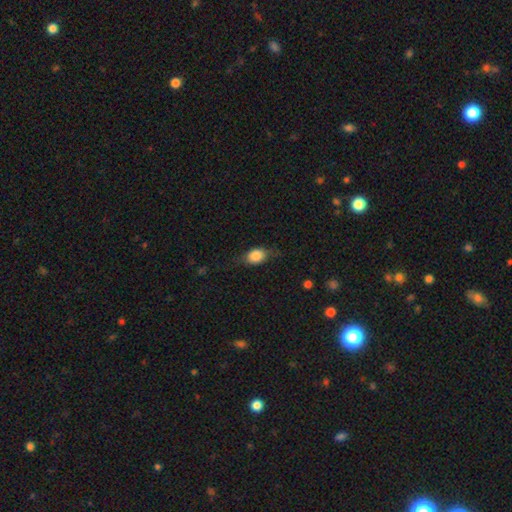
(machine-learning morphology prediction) type=smooth (78%); roundness=in between (70%); merging=none (66%).